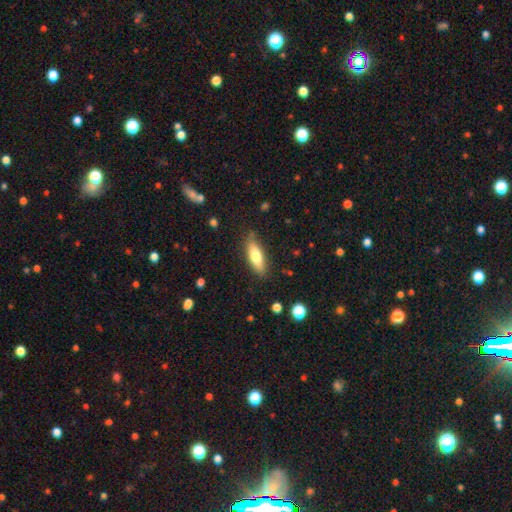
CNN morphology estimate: Smooth or featured?
  - smooth: 68% *
  - featured or disk: 26%
  - star or artifact: 6%
How rounded?
  - in between: 49% *
  - cigar-shaped: 48%
  - round: 2%
Merging?
  - none: 81% *
  - minor disturbance: 15%
  - major disturbance: 3%
  - merger: 2%